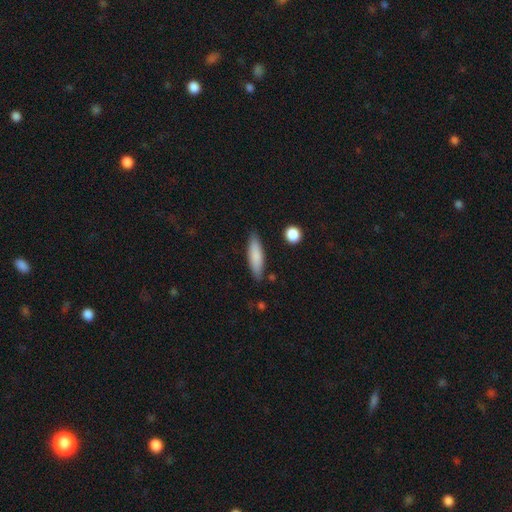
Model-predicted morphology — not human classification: This is clearly a smooth galaxy (81%). How rounded: likely cigar-shaped (60%). Merging: clearly none (83%).